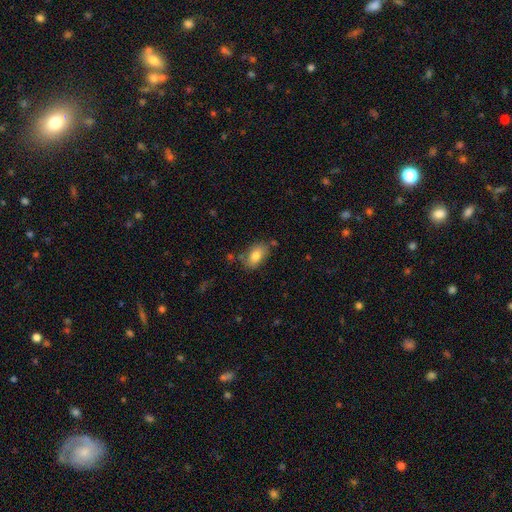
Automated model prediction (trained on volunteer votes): Smooth or featured: smooth — 79% (featured or disk — 13%)
How rounded: in between — 90% (round — 8%)
Merging: none — 73% (minor disturbance — 17%)